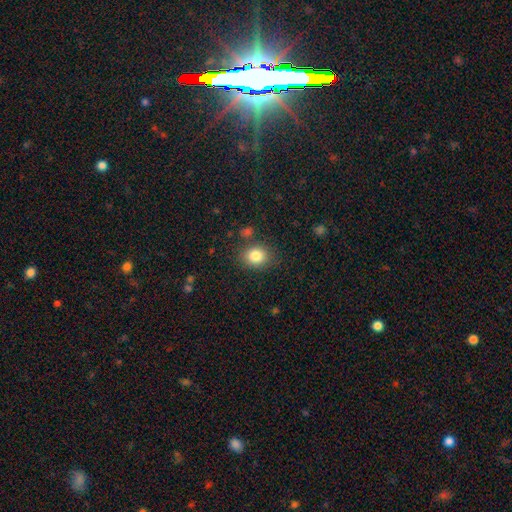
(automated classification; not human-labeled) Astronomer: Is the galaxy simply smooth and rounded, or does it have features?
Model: smooth — 84%.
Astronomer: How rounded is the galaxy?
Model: round — 53% (runner-up: in between, 46%).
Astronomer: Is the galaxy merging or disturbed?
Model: none — 81%.